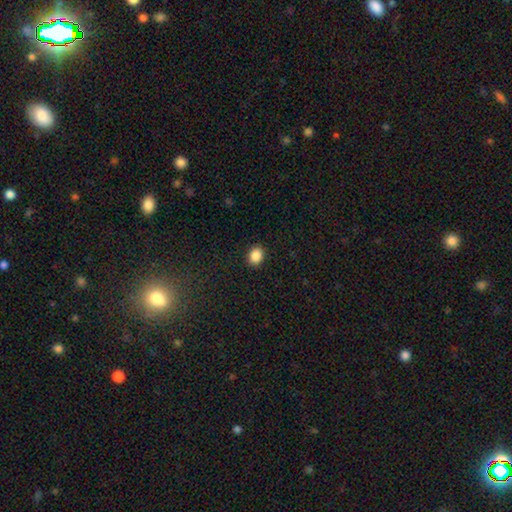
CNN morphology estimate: Smooth or featured: smooth — 88% (star or artifact — 9%)
How rounded: round — 52% (in between — 47%)
Merging: none — 90% (minor disturbance — 7%)